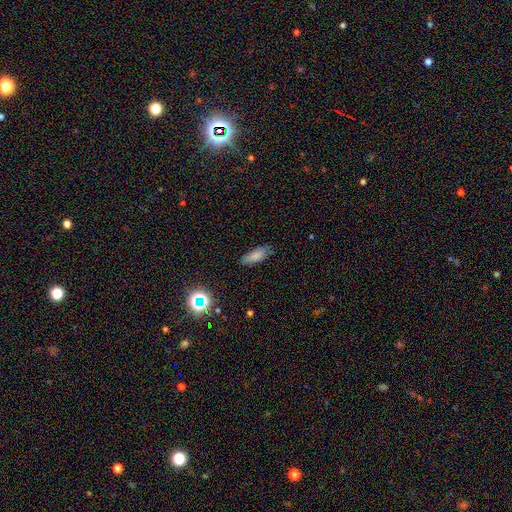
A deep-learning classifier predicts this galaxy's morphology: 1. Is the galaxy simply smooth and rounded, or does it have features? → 81% smooth, 10% star or artifact, 9% featured or disk.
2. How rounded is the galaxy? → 68% in between, 29% cigar-shaped, 2% round.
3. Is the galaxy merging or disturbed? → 79% none, 16% minor disturbance, 3% major disturbance, 1% merger.